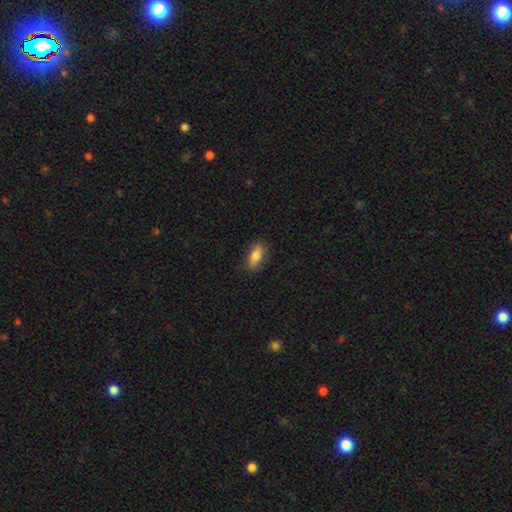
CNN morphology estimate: This is likely a smooth galaxy (80%). How rounded: clearly in between (83%). Merging: clearly none (83%).